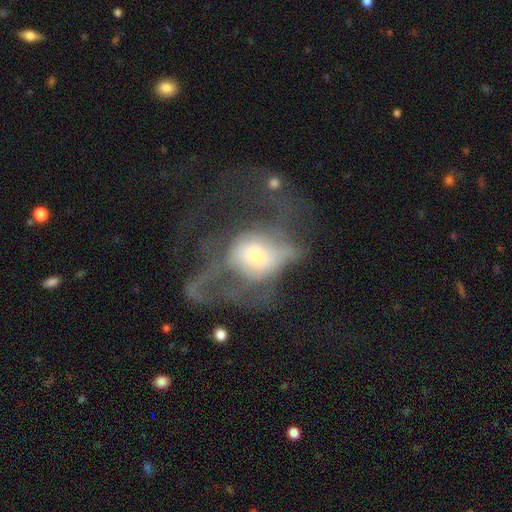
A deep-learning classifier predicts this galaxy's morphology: Q: Smooth or featured?
A: featured or disk (53%); runner-up: smooth (37%)
Q: Edge-on disk?
A: no (94%); runner-up: yes (6%)
Q: Merging?
A: major disturbance (67%); runner-up: none (14%)